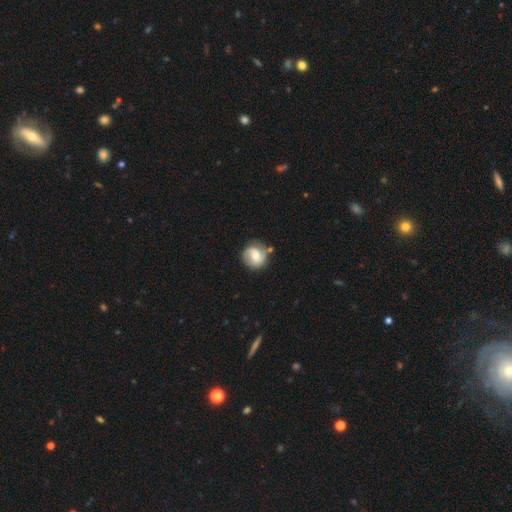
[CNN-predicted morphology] A featured or disk galaxy (57%) with a weak bar (48%), spiral arms (86%) and a moderate central bulge (55%). Merging: none (70%).